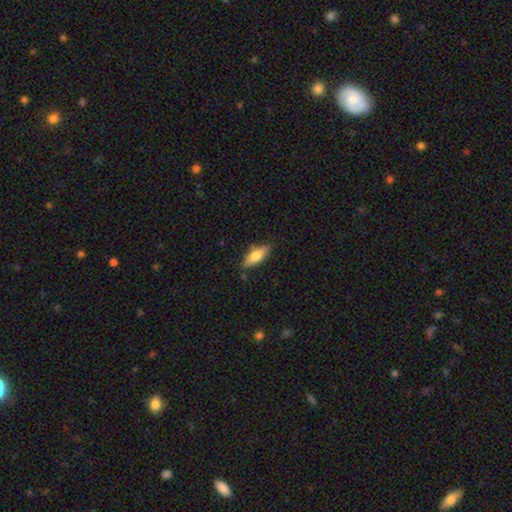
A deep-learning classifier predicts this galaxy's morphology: Overall: smooth (71%). How rounded: in between (68%; cigar-shaped 29%). Merging: none (81%).